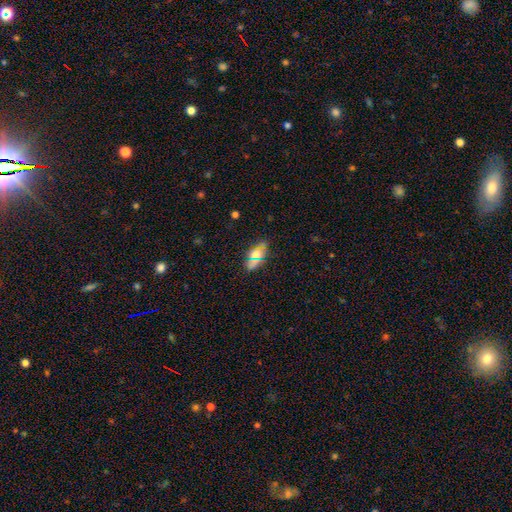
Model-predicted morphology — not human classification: This is likely a smooth galaxy (69%). How rounded: clearly in between (87%). Merging: clearly none (83%).